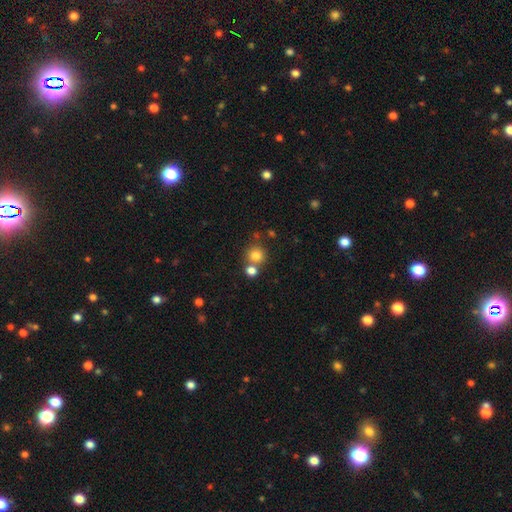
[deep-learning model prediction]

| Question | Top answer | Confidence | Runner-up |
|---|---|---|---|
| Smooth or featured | smooth | 80% | star or artifact (13%) |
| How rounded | round | 90% | in between (9%) |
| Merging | none | 63% | merger (26%) |